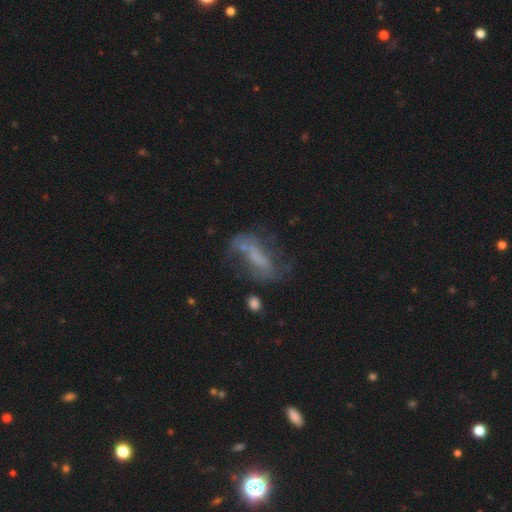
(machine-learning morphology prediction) This appears to be a featured or disk galaxy (55%). Merging: none (42%).